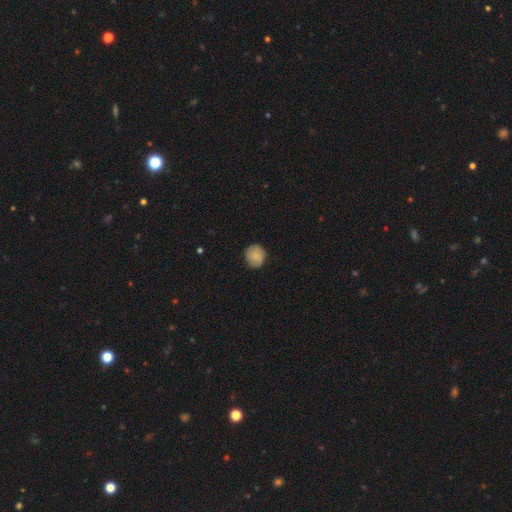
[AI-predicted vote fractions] A smooth galaxy with no disk features (76%) that is round (80%).

Vote fractions:
- Smooth or featured? smooth: 76% / featured or disk: 16% / star or artifact: 8%
- How rounded? round: 80% / in between: 19% / cigar-shaped: 1%
- Merging? none: 82% / minor disturbance: 14% / major disturbance: 3% / merger: 1%